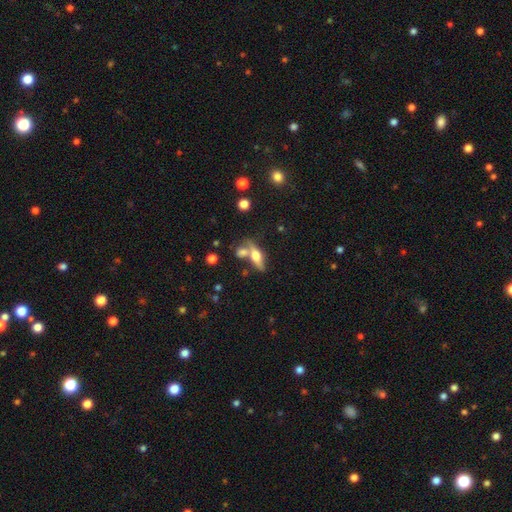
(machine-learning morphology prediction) smooth-or-featured: smooth: 46% | featured or disk: 45% | star or artifact: 9%
  merging: none: 48% | merger: 33% | minor disturbance: 13% | major disturbance: 6%